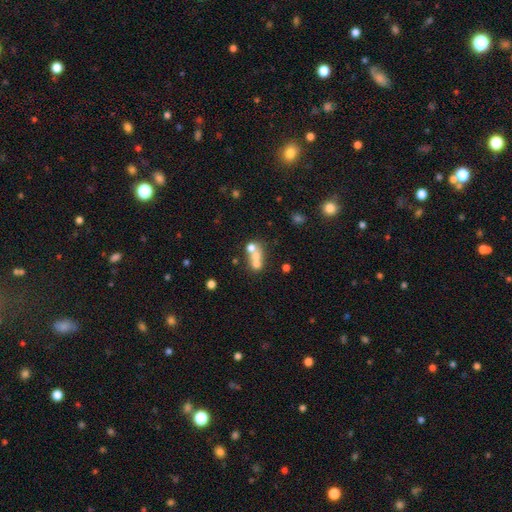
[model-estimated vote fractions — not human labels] smooth 58%, featured or disk 27%, star or artifact 15%. Down the decision tree: how rounded — round (74%); merging — merger (61%).